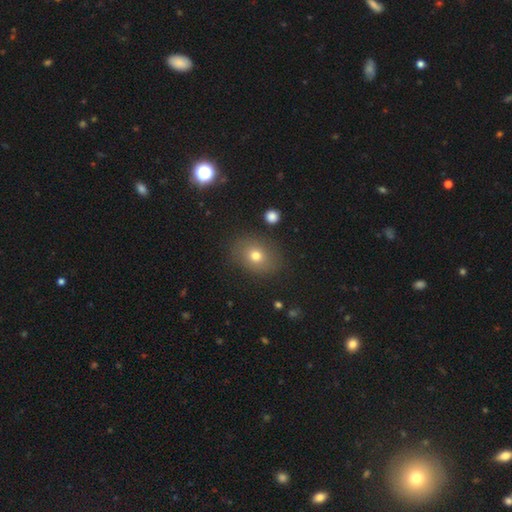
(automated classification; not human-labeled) This appears to be a smooth galaxy with no disk features (72%) that is in between round and cigar-shaped (54%). Merging: none (82%).